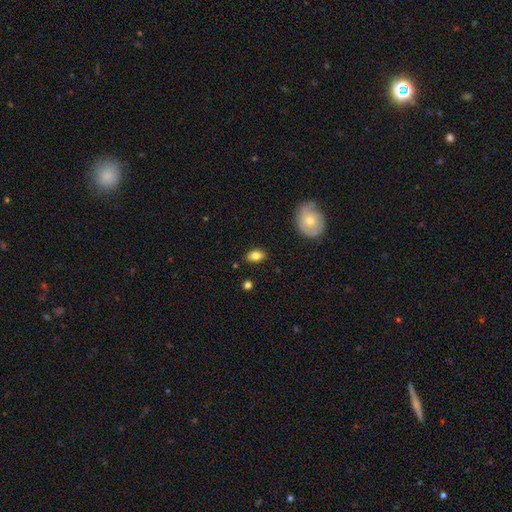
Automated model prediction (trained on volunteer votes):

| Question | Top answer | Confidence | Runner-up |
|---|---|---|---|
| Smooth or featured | smooth | 82% | featured or disk (9%) |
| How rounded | in between | 86% | round (12%) |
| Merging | none | 85% | minor disturbance (11%) |